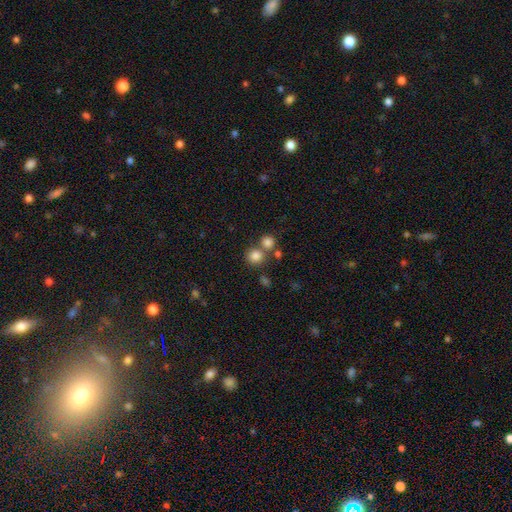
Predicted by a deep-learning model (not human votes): Smooth or featured: smooth — 81% (star or artifact — 13%)
How rounded: round — 90% (in between — 9%)
Merging: none — 64% (merger — 25%)